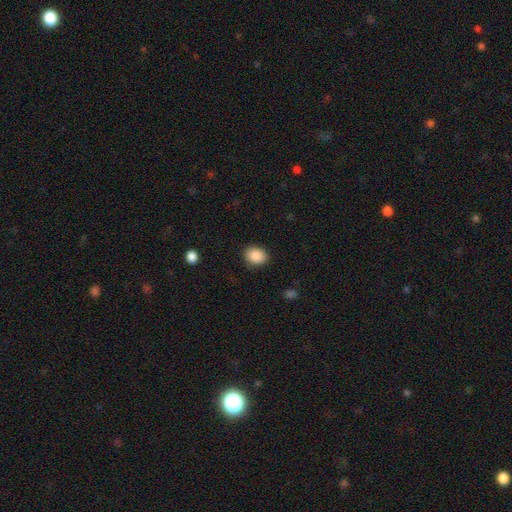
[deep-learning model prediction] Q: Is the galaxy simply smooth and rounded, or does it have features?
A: smooth — 89%.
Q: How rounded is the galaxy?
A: in between — 52%.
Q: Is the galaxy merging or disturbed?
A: none — 87%.